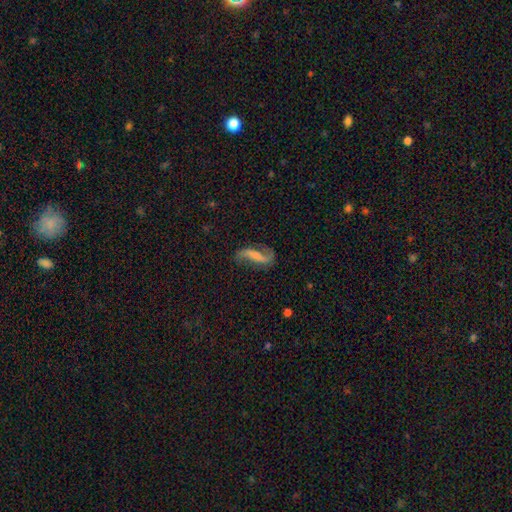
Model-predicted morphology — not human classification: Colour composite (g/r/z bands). It shows a featured or disk galaxy (71%) with a strong bar (40%), 2 (86%) loose (83%) spiral arms (91%) and no central bulge (40%). Merging: none (62%).